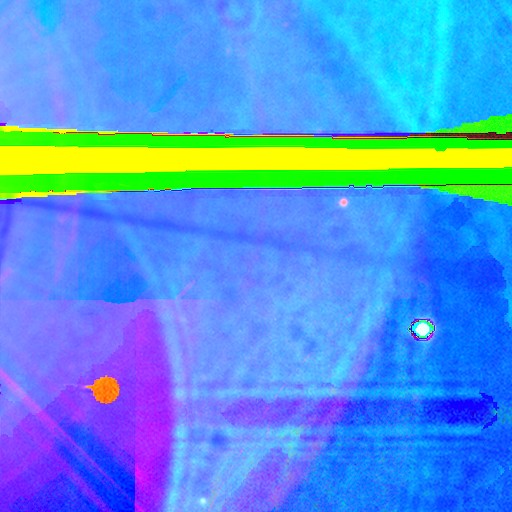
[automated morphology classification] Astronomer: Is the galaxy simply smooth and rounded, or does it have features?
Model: star or artifact — 86%.